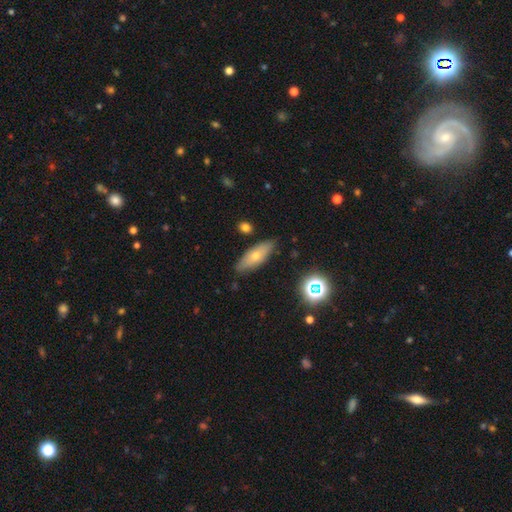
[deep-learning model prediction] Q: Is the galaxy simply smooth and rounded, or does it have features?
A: smooth — 61%.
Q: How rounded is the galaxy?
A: in between — 63%.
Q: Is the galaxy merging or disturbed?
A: none — 82%.